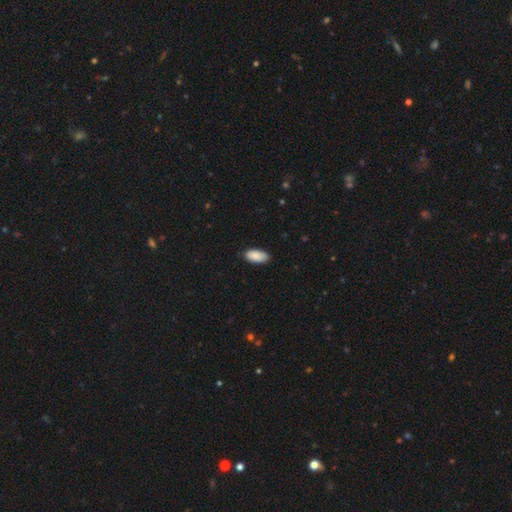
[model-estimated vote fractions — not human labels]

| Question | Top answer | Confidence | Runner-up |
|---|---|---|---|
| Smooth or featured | smooth | 89% | star or artifact (6%) |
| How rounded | in between | 93% | cigar-shaped (5%) |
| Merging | none | 84% | minor disturbance (13%) |